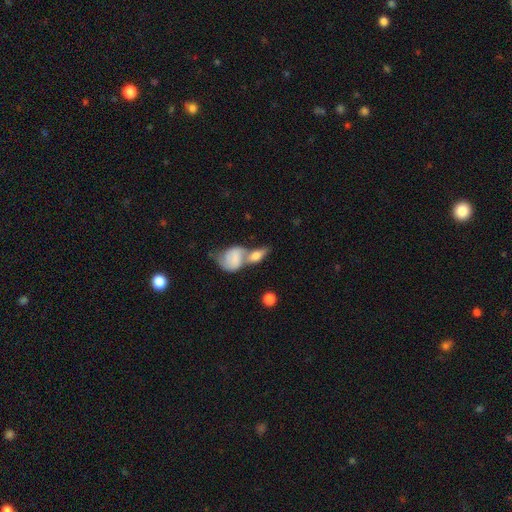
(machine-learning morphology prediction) This is possibly a smooth galaxy (60%). How rounded: likely in between (71%). Merging: likely merger (61%).